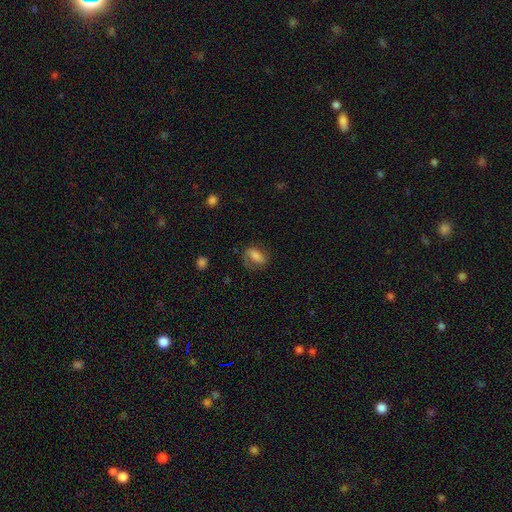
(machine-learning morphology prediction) smooth 56%, featured or disk 34%, star or artifact 10%. Down the decision tree: how rounded — in between (80%); merging — none (58%).